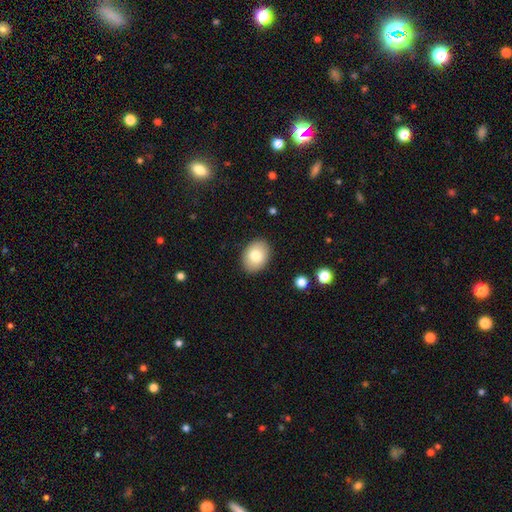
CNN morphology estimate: This appears to be a smooth galaxy with no disk features (80%) that is in between round and cigar-shaped (75%). Merging: none (89%).